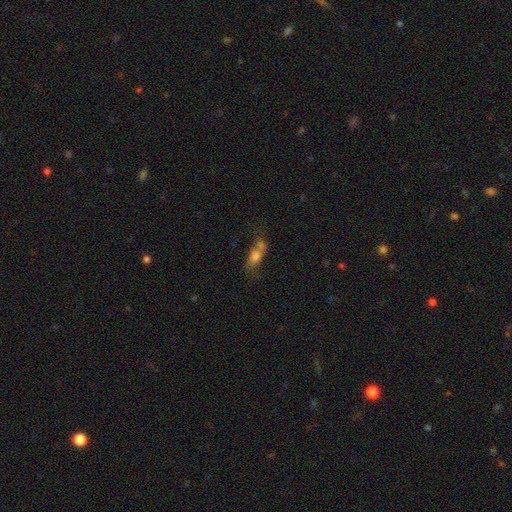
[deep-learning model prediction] Smooth or featured: smooth — 64% (featured or disk — 23%)
How rounded: in between — 64% (cigar-shaped — 19%)
Merging: merger — 50% (none — 28%)